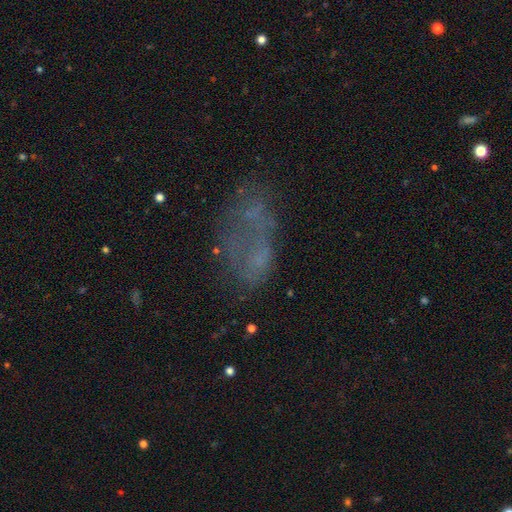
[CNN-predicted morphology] This appears to be a featured or disk galaxy (39%). Merging: none (41%).